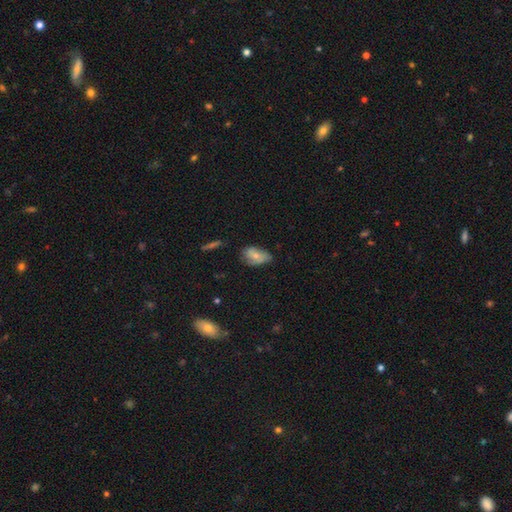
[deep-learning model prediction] Smooth or featured? Predicted: smooth (p=0.63). How rounded? Predicted: in between (p=0.88). Merging? Predicted: none (p=0.49).